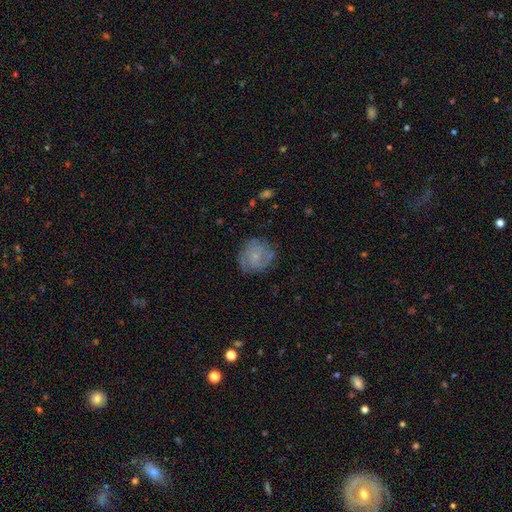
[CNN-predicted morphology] Smooth or featured: featured or disk — 64% (smooth — 28%)
Edge-on disk: no — 98% (yes — 2%)
Bar: no — 74% (weak — 23%)
Spiral arms: yes — 87% (no — 13%)
Spiral winding: tight — 56% (medium — 34%)
Spiral arm count: can't tell — 34% (2 — 32%)
Bulge size: small — 70% (moderate — 15%)
Merging: none — 75% (minor disturbance — 17%)